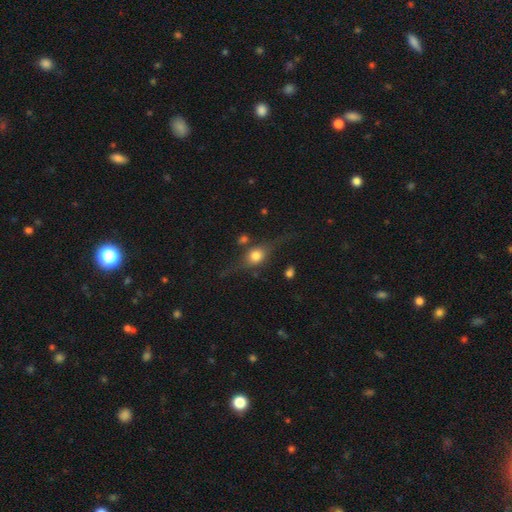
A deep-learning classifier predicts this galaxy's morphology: type=smooth (47%); merging=none (62%).